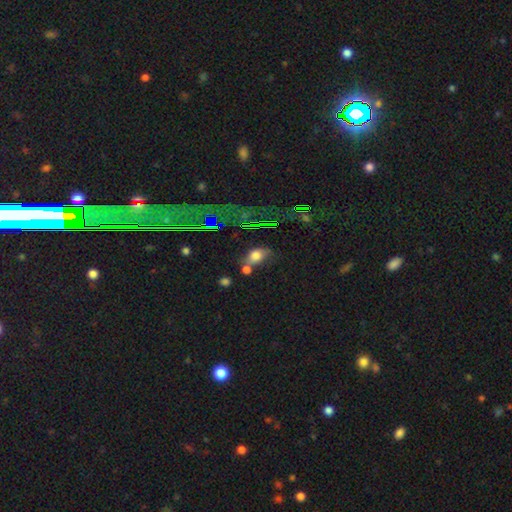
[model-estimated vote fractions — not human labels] Q: Smooth or featured?
A: smooth (68%); runner-up: star or artifact (19%)
Q: How rounded?
A: in between (65%); runner-up: round (31%)
Q: Merging?
A: none (40%); runner-up: merger (35%)